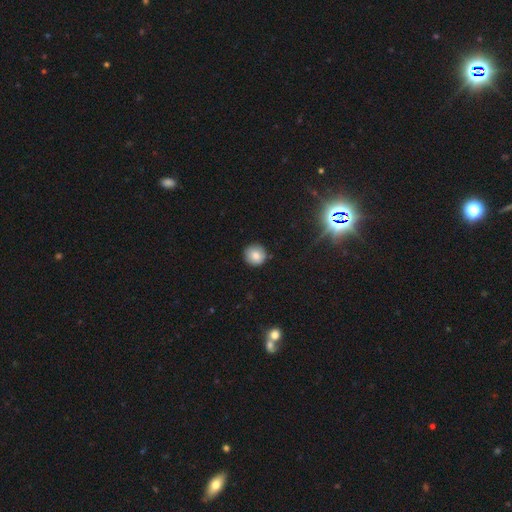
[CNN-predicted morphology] This appears to be a smooth galaxy with no disk features (81%) that is round (93%). Merging: none (87%).